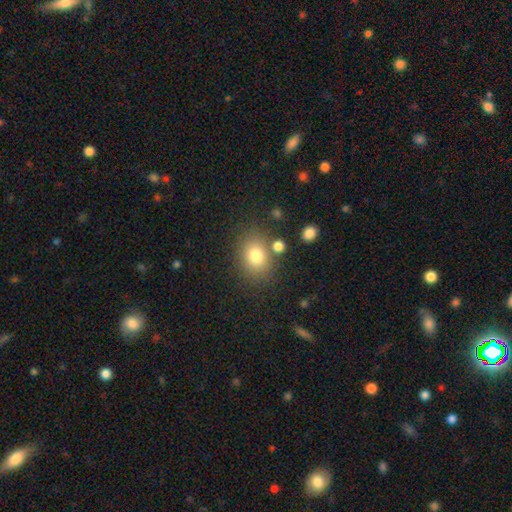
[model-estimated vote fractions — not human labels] Smooth or featured? smooth (78%)
How rounded? in between (52%)
Merging? none (74%)